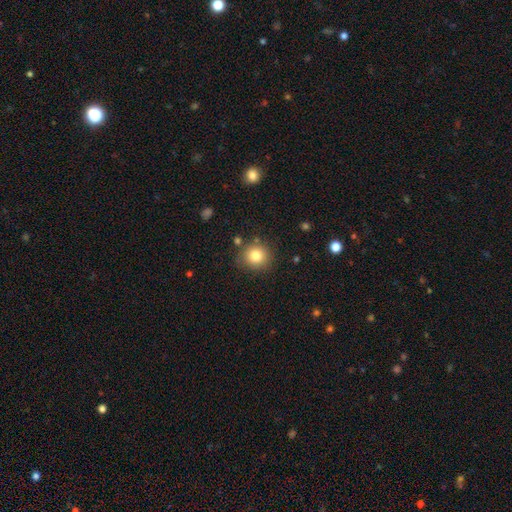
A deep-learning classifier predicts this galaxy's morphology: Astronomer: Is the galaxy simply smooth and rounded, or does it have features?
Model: smooth — 82%.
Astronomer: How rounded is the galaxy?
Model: round — 89%.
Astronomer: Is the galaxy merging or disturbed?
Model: none — 83%.